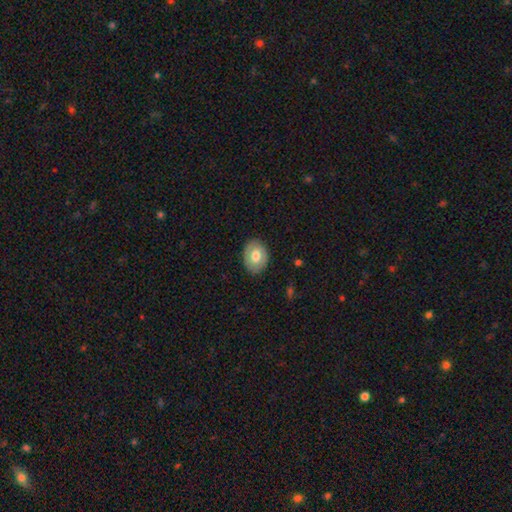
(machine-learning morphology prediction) Smooth or featured? smooth (64%)
How rounded? in between (67%)
Merging? none (85%)